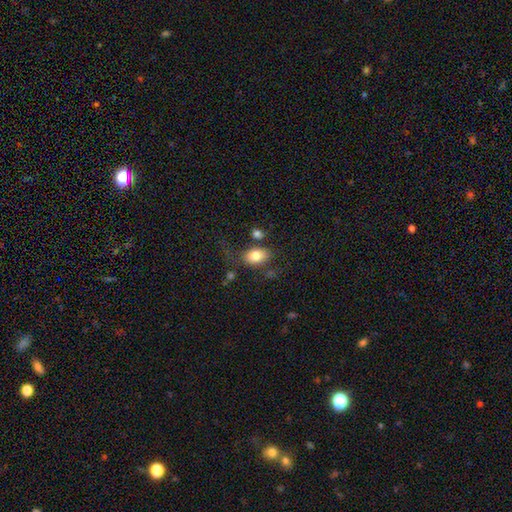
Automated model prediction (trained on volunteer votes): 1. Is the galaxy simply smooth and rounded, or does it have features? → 81% smooth, 11% featured or disk, 8% star or artifact.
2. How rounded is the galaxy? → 81% in between, 18% round, 1% cigar-shaped.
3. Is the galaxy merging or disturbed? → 68% none, 15% minor disturbance, 9% merger, 8% major disturbance.